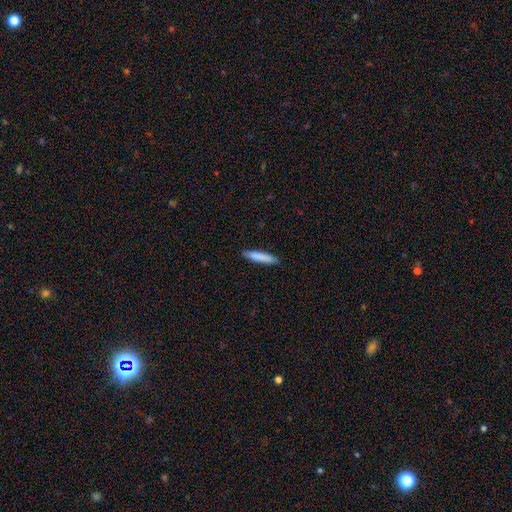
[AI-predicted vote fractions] smooth-or-featured: smooth: 82% | featured or disk: 12% | star or artifact: 6%
  how-rounded: cigar-shaped: 92% | in between: 7% | round: 1%
  merging: none: 91% | minor disturbance: 7% | major disturbance: 1% | merger: 1%